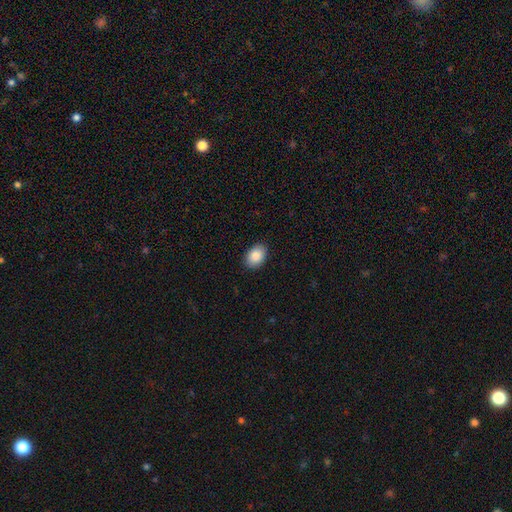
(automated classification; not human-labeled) Q: Smooth or featured?
A: smooth (89%); runner-up: star or artifact (7%)
Q: How rounded?
A: in between (82%); runner-up: round (17%)
Q: Merging?
A: none (89%); runner-up: minor disturbance (8%)